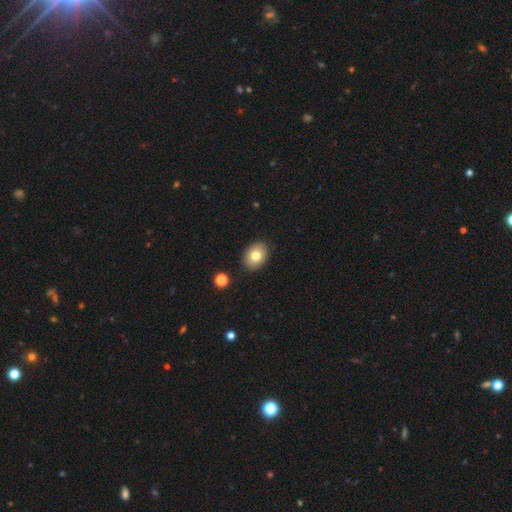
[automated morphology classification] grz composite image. It shows a smooth galaxy with no disk features (78%) that is in between round and cigar-shaped (70%). Merging: none (88%).